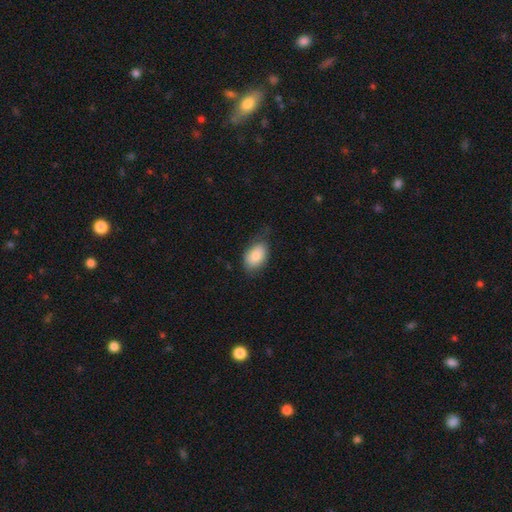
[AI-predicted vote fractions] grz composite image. It shows a smooth galaxy with no disk features (82%) that is in between round and cigar-shaped (87%). Merging: none (66%).